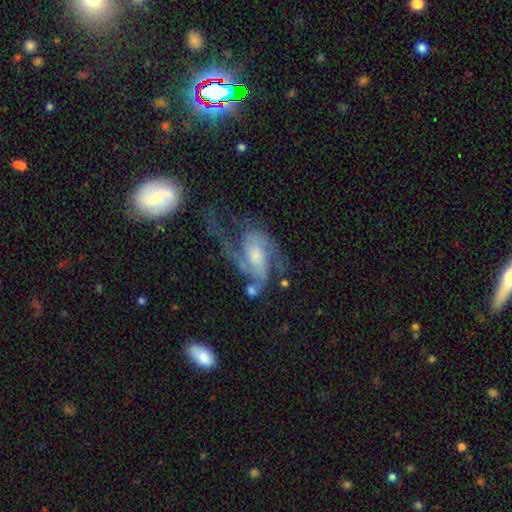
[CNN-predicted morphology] A featured or disk galaxy (84%) with no bar (49%), 2 (61%) medium (47%) spiral arms (93%) and a moderate central bulge (45%). Merging: major disturbance (39%).